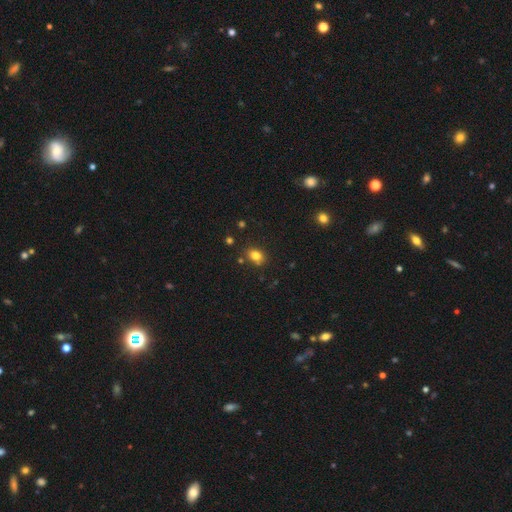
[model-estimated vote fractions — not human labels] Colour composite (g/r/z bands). It shows a smooth galaxy with no disk features (80%) that is in between round and cigar-shaped (59%). Merging: none (79%).